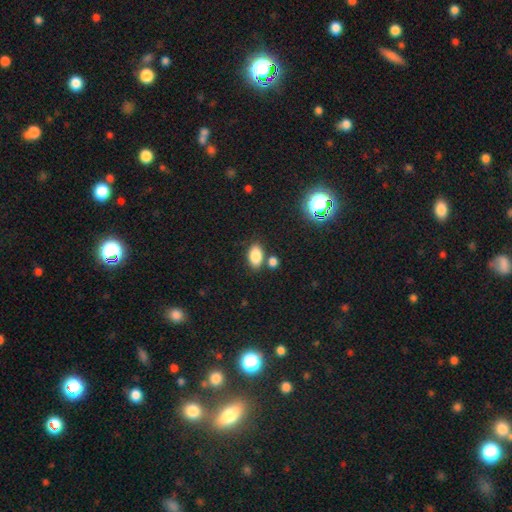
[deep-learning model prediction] smooth_or_featured: smooth (p=0.85) [alt: star or artifact p=0.10]
how_rounded: in between (p=0.89) [alt: round p=0.09]
merging: none (p=0.71) [alt: merger p=0.14]